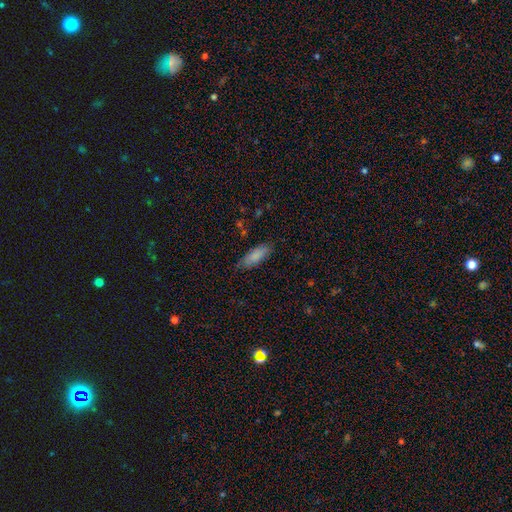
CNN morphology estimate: A smooth galaxy with no disk features (85%) that is in between round and cigar-shaped (69%).

Vote fractions:
- Smooth or featured? smooth: 85% / featured or disk: 9% / star or artifact: 6%
- How rounded? in between: 69% / cigar-shaped: 30% / round: 2%
- Merging? none: 78% / minor disturbance: 17% / major disturbance: 3% / merger: 1%